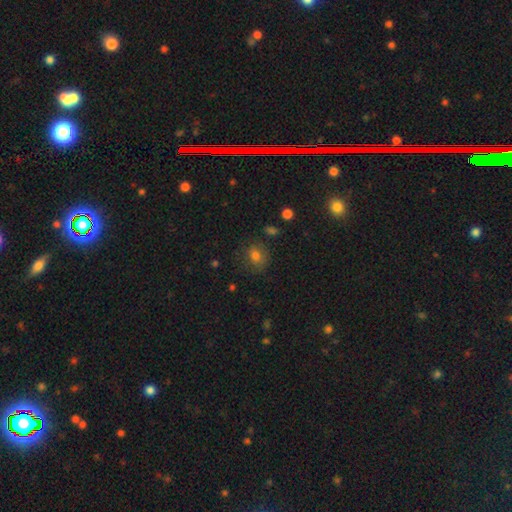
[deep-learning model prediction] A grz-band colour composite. It shows a smooth galaxy with no disk features (73%) that is round (56%). Merging: none (69%).